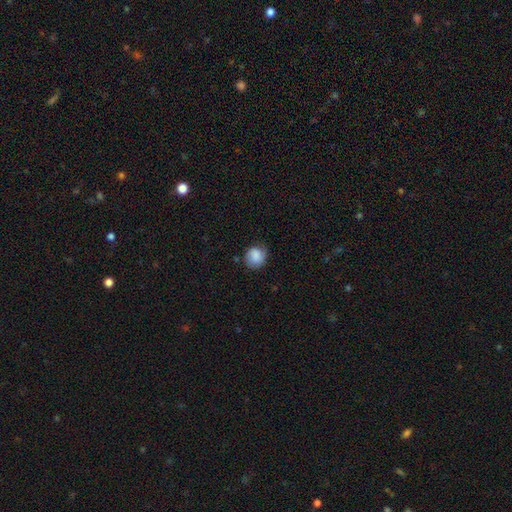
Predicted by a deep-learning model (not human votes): smooth-or-featured: smooth: 80% | featured or disk: 12% | star or artifact: 8%
  how-rounded: round: 79% | in between: 20% | cigar-shaped: 1%
  merging: none: 67% | minor disturbance: 24% | major disturbance: 7% | merger: 2%